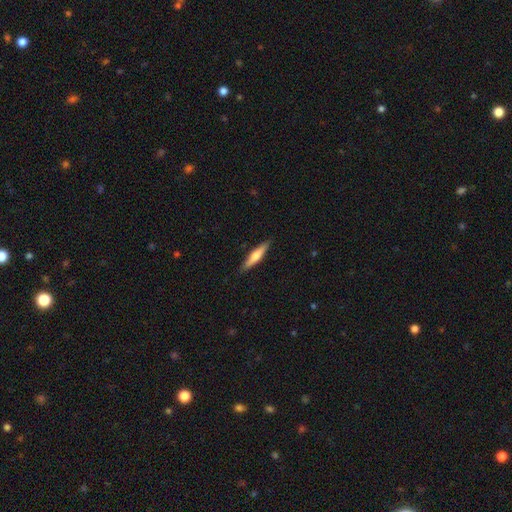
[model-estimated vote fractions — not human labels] smooth-or-featured: smooth: 49% | featured or disk: 46% | star or artifact: 5%
  merging: none: 89% | minor disturbance: 8% | major disturbance: 2% | merger: 1%